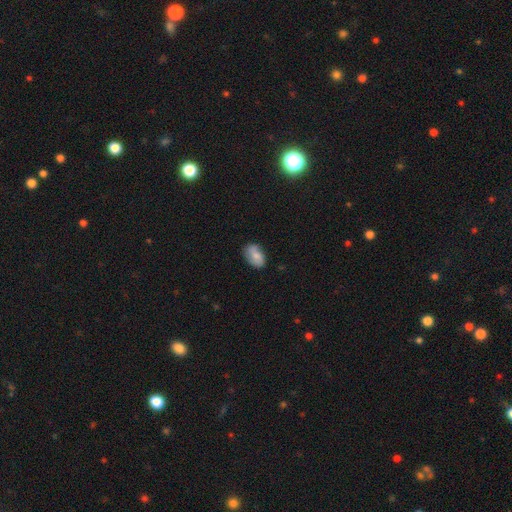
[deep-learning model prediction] Smooth or featured?
  - smooth: 74% *
  - featured or disk: 19%
  - star or artifact: 7%
How rounded?
  - in between: 90% *
  - round: 8%
  - cigar-shaped: 2%
Merging?
  - none: 67% *
  - minor disturbance: 25%
  - major disturbance: 5%
  - merger: 2%